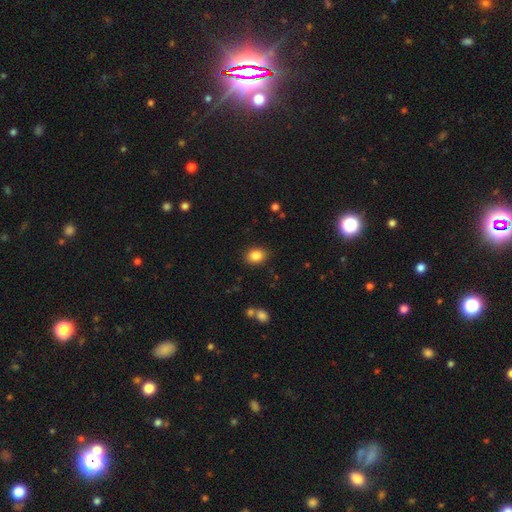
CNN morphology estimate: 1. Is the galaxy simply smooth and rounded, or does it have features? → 86% smooth, 9% star or artifact, 5% featured or disk.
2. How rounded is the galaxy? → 63% in between, 36% round, 1% cigar-shaped.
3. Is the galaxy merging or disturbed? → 87% none, 9% minor disturbance, 3% major disturbance, 1% merger.